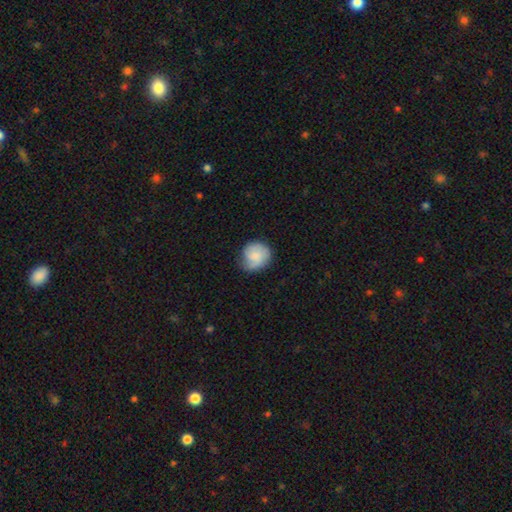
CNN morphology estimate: smooth 62%, featured or disk 31%, star or artifact 7%. Down the decision tree: how rounded — round (82%); merging — none (68%).